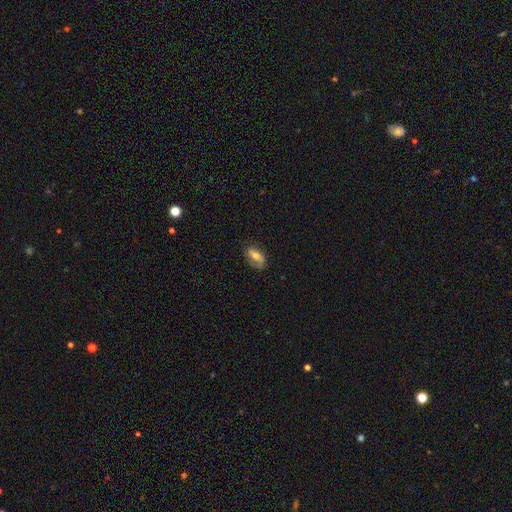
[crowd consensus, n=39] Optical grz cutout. It shows a smooth galaxy with no disk features (64%) that is in between round and cigar-shaped (92%). Merging: none (56%).